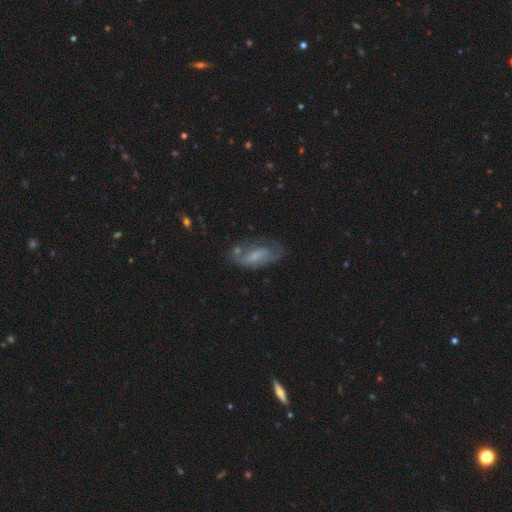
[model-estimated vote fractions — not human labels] This appears to be a featured or disk galaxy (50%). Merging: none (53%).